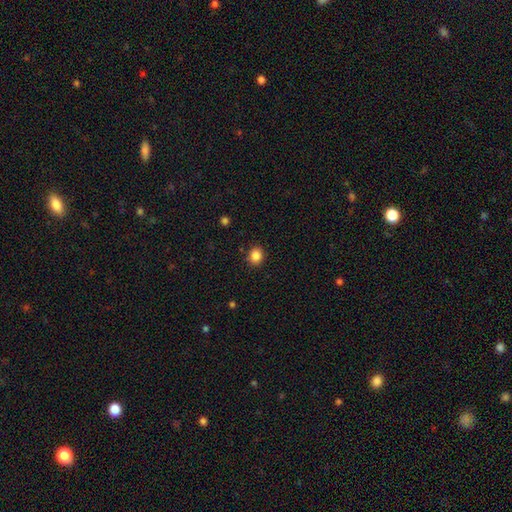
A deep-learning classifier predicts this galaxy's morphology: Smooth or featured?
  - smooth: 86% *
  - star or artifact: 11%
  - featured or disk: 4%
How rounded?
  - round: 72% *
  - in between: 27%
  - cigar-shaped: 1%
Merging?
  - none: 89% *
  - minor disturbance: 7%
  - major disturbance: 2%
  - merger: 1%